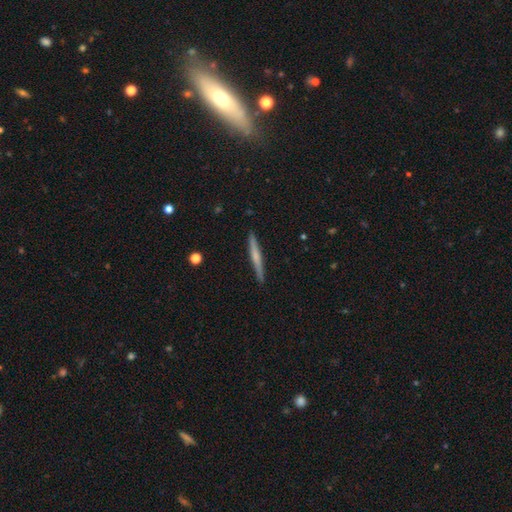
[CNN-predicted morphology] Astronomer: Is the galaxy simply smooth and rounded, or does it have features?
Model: featured or disk — 48% (runner-up: smooth, 46%).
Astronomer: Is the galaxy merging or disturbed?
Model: none — 91%.